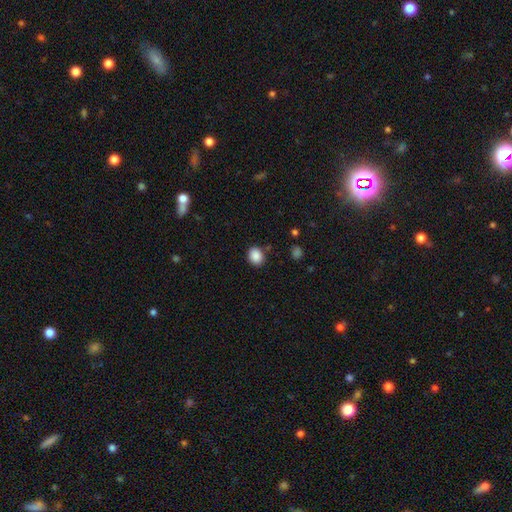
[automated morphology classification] smooth 88%, star or artifact 9%, featured or disk 3%. Down the decision tree: how rounded — round (60%); merging — none (85%).